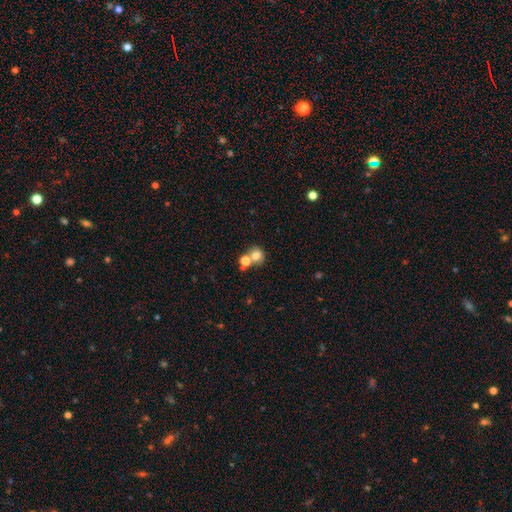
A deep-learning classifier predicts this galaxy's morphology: This appears to be a smooth galaxy with no disk features (76%) that is round (84%). Merging: none (49%).